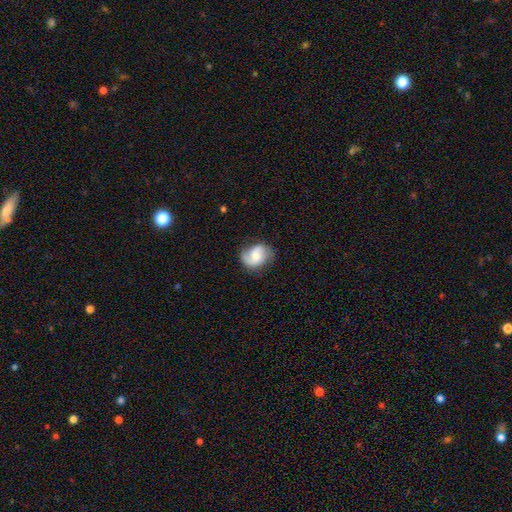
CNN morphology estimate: smooth-or-featured: featured or disk: 51% | smooth: 41% | star or artifact: 8%
  disk-edge-on: no: 97% | yes: 3%
  merging: none: 68% | minor disturbance: 23% | major disturbance: 8% | merger: 1%